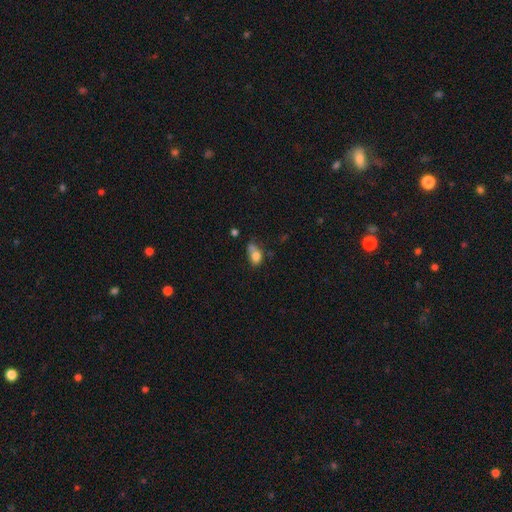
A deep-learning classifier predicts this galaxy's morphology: The model was most divided on "merging": minor disturbance: 34%, none: 30%, major disturbance: 20%, merger: 16%. More confident: how rounded — in between (76%); smooth or featured — smooth (74%).